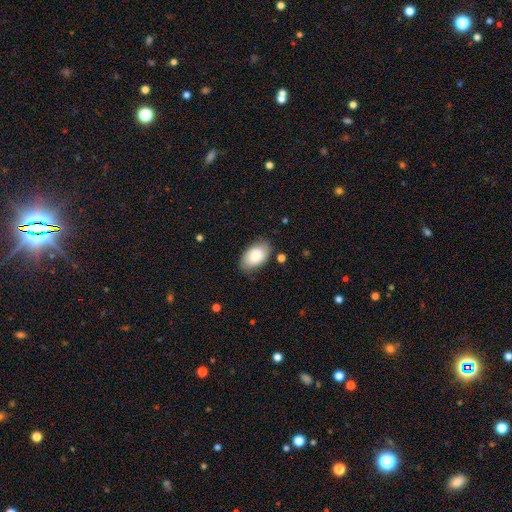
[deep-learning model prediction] smooth-or-featured: smooth: 79% | featured or disk: 14% | star or artifact: 7%
  how-rounded: in between: 92% | round: 6% | cigar-shaped: 1%
  merging: none: 73% | minor disturbance: 20% | major disturbance: 5% | merger: 2%